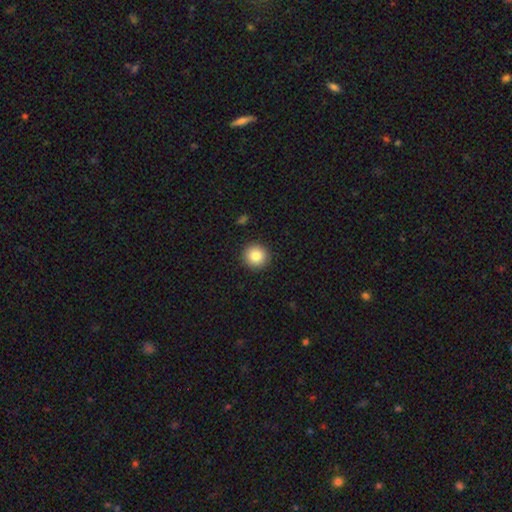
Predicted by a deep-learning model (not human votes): Smooth or featured?
  - smooth: 83% *
  - star or artifact: 10%
  - featured or disk: 7%
How rounded?
  - round: 94% *
  - in between: 5%
  - cigar-shaped: 1%
Merging?
  - none: 92% *
  - minor disturbance: 5%
  - major disturbance: 2%
  - merger: 1%